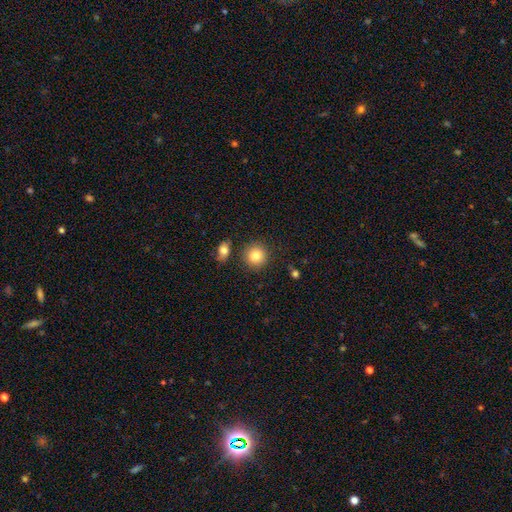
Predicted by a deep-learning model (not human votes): Smooth or featured: smooth — 84% (star or artifact — 9%)
How rounded: round — 90% (in between — 9%)
Merging: none — 85% (minor disturbance — 8%)